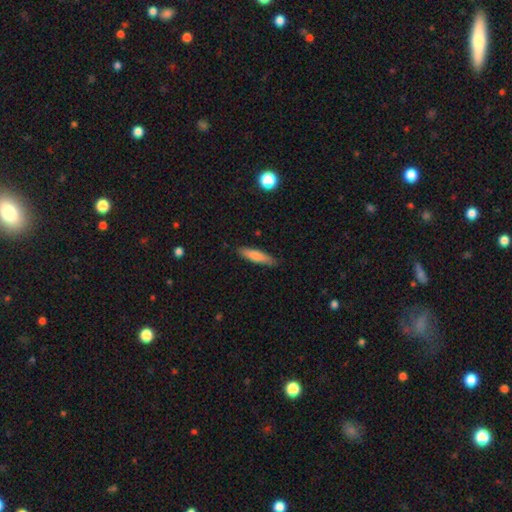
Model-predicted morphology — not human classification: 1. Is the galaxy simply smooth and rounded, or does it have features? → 78% smooth, 16% featured or disk, 6% star or artifact.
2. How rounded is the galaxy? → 78% cigar-shaped, 20% in between, 2% round.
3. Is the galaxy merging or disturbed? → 85% none, 11% minor disturbance, 2% major disturbance, 1% merger.